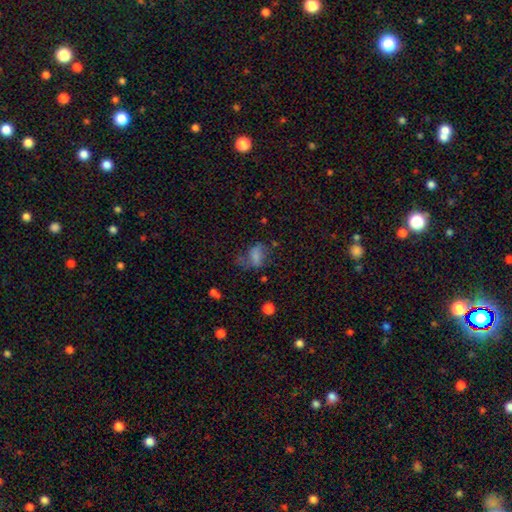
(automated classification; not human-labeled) Smooth or featured? smooth (62%)
How rounded? in between (80%)
Merging? none (36%)